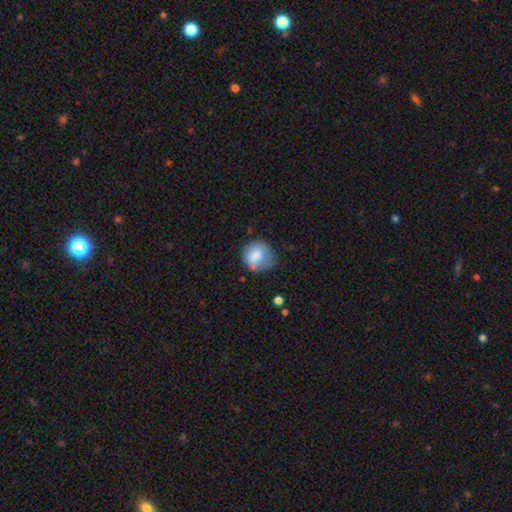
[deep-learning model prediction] This is likely a smooth galaxy (76%). How rounded: clearly round (81%). Merging: possibly none (52%).